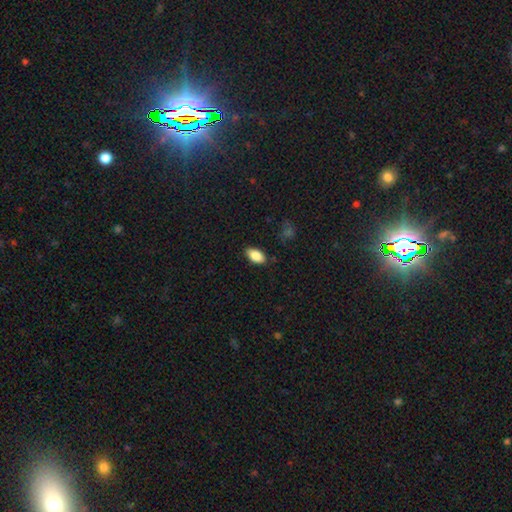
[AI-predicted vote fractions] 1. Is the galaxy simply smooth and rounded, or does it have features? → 87% smooth, 7% star or artifact, 6% featured or disk.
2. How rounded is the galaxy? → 93% in between, 4% round, 3% cigar-shaped.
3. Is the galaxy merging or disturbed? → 85% none, 12% minor disturbance, 2% major disturbance, 1% merger.